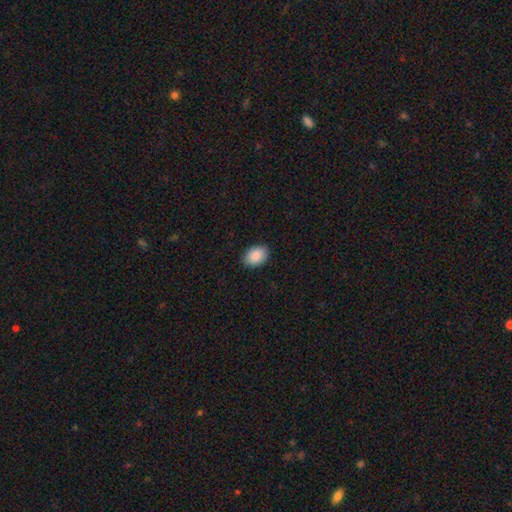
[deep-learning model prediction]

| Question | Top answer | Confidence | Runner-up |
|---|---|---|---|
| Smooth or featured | smooth | 89% | star or artifact (7%) |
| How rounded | in between | 78% | round (21%) |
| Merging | none | 89% | minor disturbance (8%) |